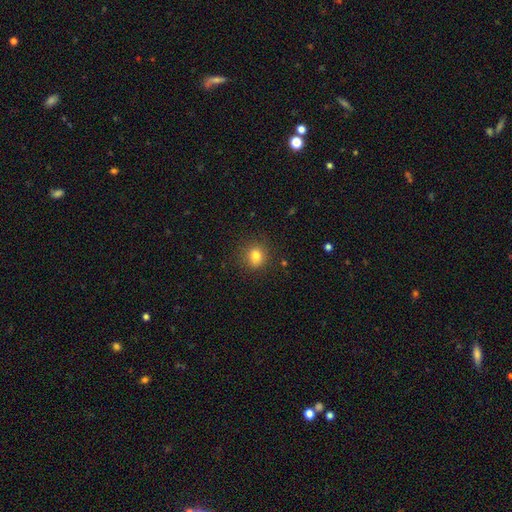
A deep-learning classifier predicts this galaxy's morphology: A smooth galaxy with no disk features (80%) that is round (79%). Merging: none (85%).